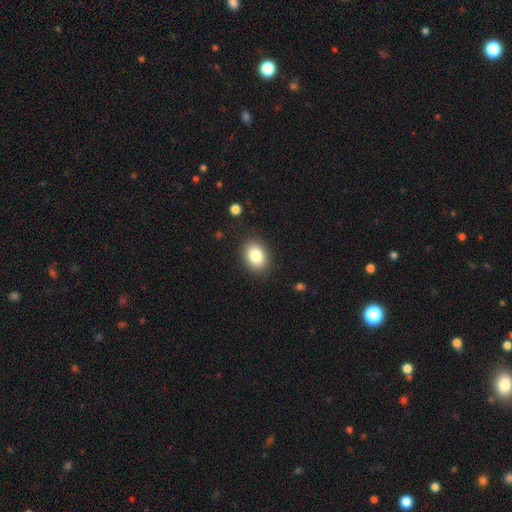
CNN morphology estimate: This appears to be a smooth galaxy with no disk features (83%) that is in between round and cigar-shaped (69%). Merging: none (87%).